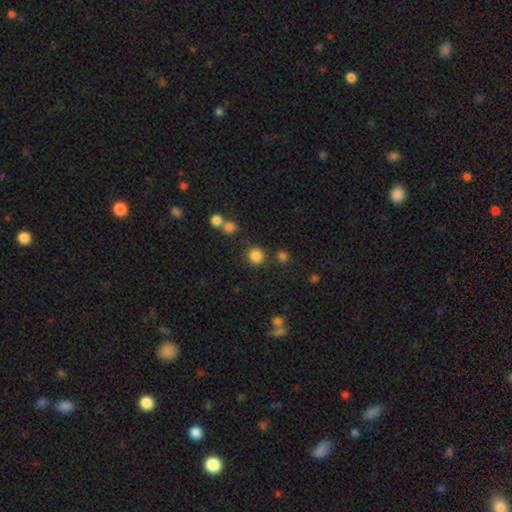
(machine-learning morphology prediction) type=smooth (83%); roundness=round (92%); merging=none (82%).